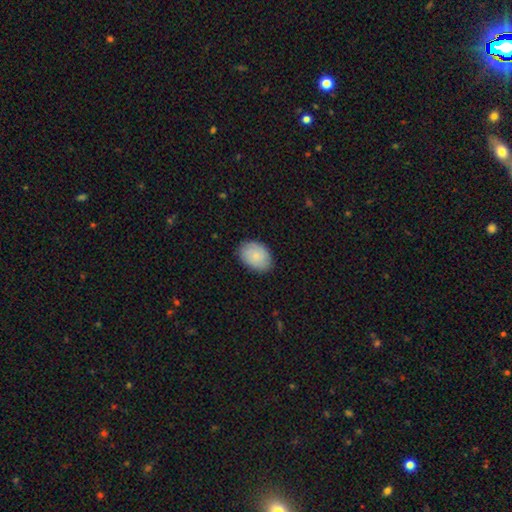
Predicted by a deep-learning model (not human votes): Smooth or featured? smooth (81%)
How rounded? in between (78%)
Merging? none (84%)